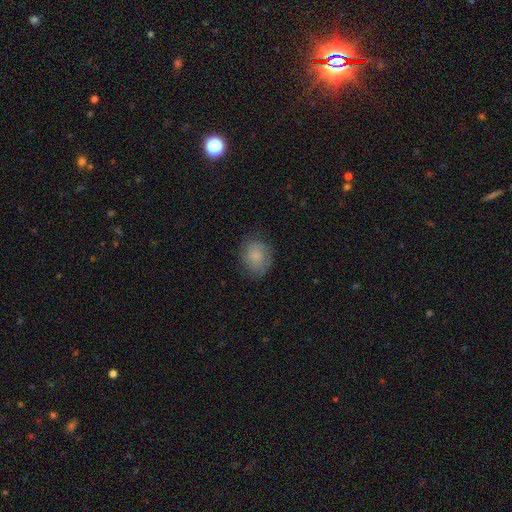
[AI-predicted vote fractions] smooth_or_featured: smooth (p=0.78) [alt: featured or disk p=0.14]
how_rounded: round (p=0.59) [alt: in between p=0.40]
merging: none (p=0.74) [alt: minor disturbance p=0.19]